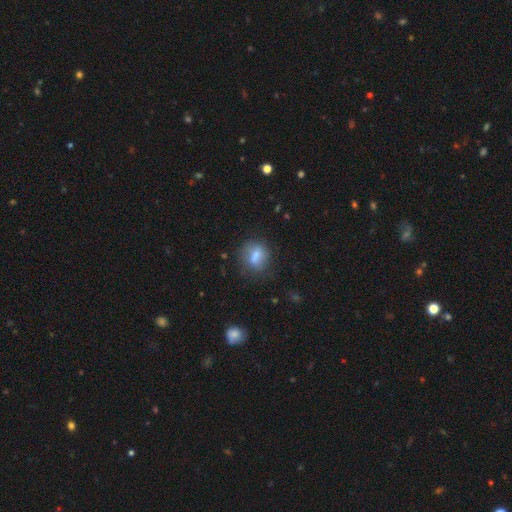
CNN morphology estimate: A smooth galaxy with no disk features (72%) that is round (55%). Merging: none (60%).